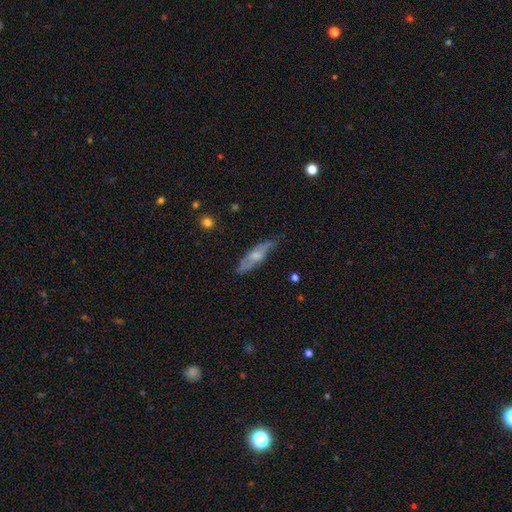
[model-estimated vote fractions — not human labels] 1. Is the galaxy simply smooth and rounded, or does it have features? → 52% featured or disk, 41% smooth, 7% star or artifact.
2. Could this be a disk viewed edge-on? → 54% no, 46% yes.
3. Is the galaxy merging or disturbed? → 60% none, 28% minor disturbance, 9% major disturbance, 2% merger.